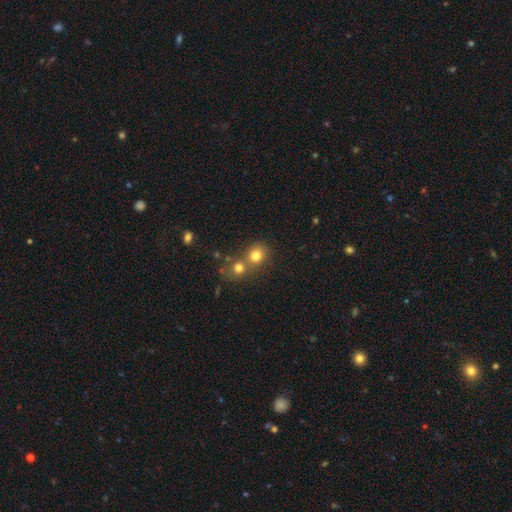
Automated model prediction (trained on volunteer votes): Q: Smooth or featured?
A: smooth (77%); runner-up: star or artifact (14%)
Q: How rounded?
A: round (79%); runner-up: in between (20%)
Q: Merging?
A: merger (45%); tied with: none (45%)